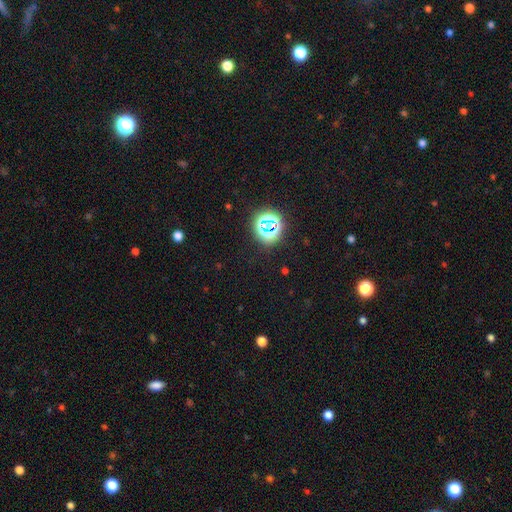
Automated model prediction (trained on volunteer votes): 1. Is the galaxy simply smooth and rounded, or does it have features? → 66% star or artifact, 28% smooth, 6% featured or disk.